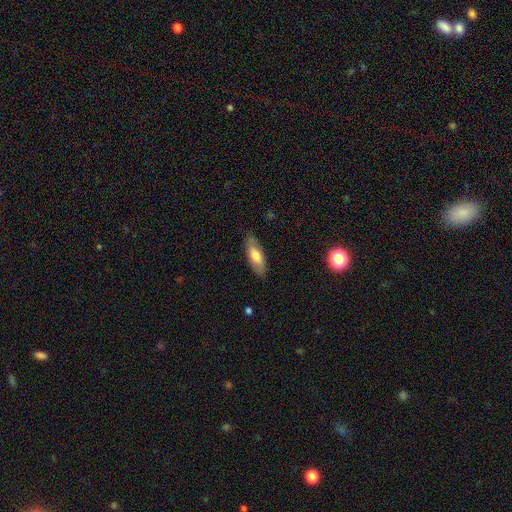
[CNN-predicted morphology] Q: Smooth or featured?
A: smooth (68%); runner-up: featured or disk (26%)
Q: How rounded?
A: in between (68%); runner-up: cigar-shaped (30%)
Q: Merging?
A: none (83%); runner-up: minor disturbance (13%)